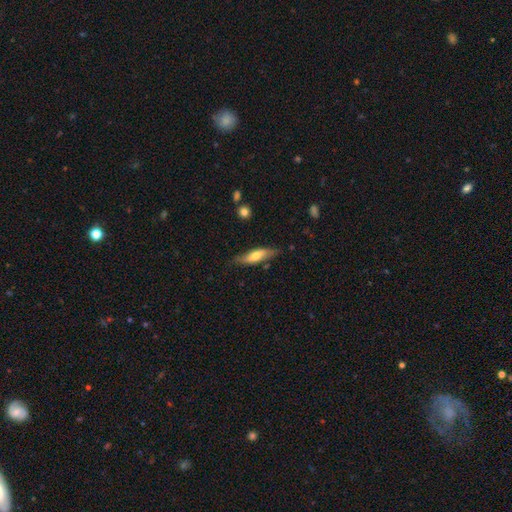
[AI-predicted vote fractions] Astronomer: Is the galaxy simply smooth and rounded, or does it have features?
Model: smooth — 55% (runner-up: featured or disk, 39%).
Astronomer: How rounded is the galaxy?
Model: cigar-shaped — 52% (runner-up: in between, 46%).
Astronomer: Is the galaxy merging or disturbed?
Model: none — 74%.